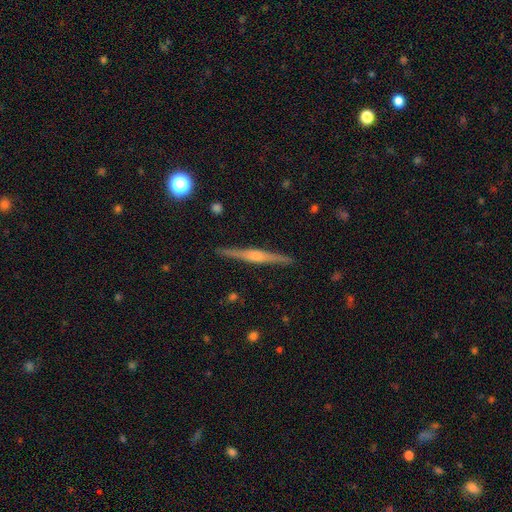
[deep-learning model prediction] smooth_or_featured: featured or disk (p=0.78) [alt: smooth p=0.16]
disk_edge_on: yes (p=0.98) [alt: no p=0.02]
edge_on_bulge: rounded (p=0.71) [alt: boxy p=0.18]
merging: none (p=0.92) [alt: minor disturbance p=0.06]